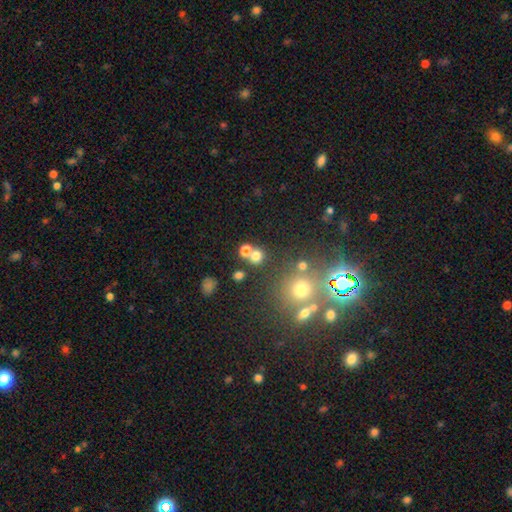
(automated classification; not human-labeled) Smooth or featured? Predicted: smooth (p=0.70). How rounded? Predicted: round (p=0.82). Merging? Predicted: none (p=0.59).